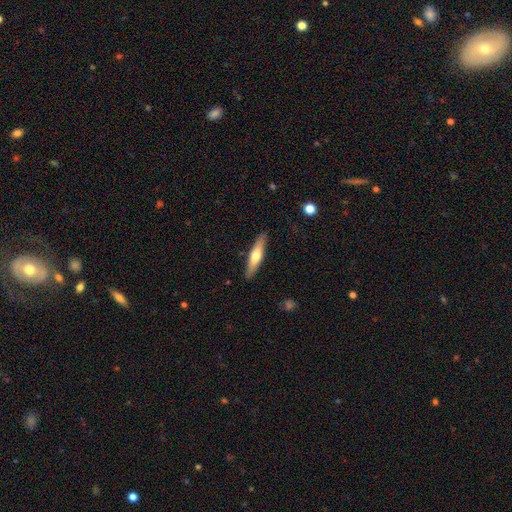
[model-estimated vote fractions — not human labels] Smooth or featured? Predicted: smooth (p=0.56). How rounded? Predicted: cigar-shaped (p=0.83). Merging? Predicted: none (p=0.89).